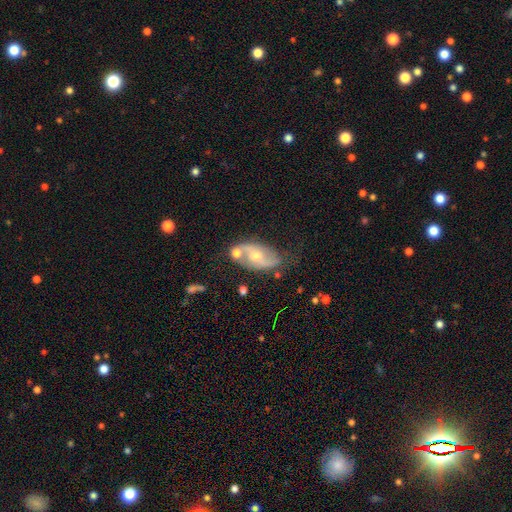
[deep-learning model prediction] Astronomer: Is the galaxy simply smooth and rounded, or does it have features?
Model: featured or disk — 72%.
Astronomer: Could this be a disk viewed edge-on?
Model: no — 93%.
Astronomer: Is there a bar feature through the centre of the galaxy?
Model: no — 53% (runner-up: weak, 32%).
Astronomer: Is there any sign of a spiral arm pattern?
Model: yes — 79%.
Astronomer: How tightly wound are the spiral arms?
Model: loose — 52% (runner-up: medium, 35%).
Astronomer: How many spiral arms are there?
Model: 2 — 86%.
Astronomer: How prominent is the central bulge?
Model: moderate — 60% (runner-up: small, 35%).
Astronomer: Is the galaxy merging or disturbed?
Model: none — 56%.